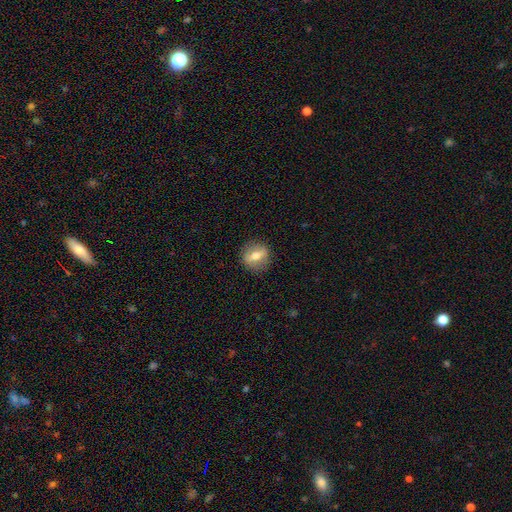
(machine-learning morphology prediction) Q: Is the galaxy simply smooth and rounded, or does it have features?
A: smooth — 48%.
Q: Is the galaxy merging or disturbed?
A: none — 86%.